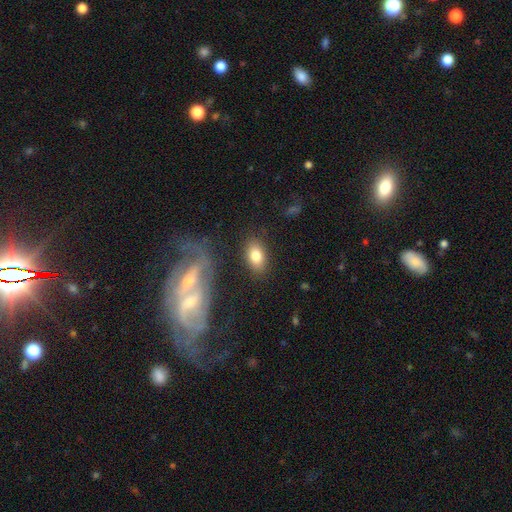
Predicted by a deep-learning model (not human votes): Q: Smooth or featured?
A: smooth (79%); runner-up: featured or disk (13%)
Q: How rounded?
A: in between (89%); runner-up: round (10%)
Q: Merging?
A: none (82%); runner-up: minor disturbance (11%)